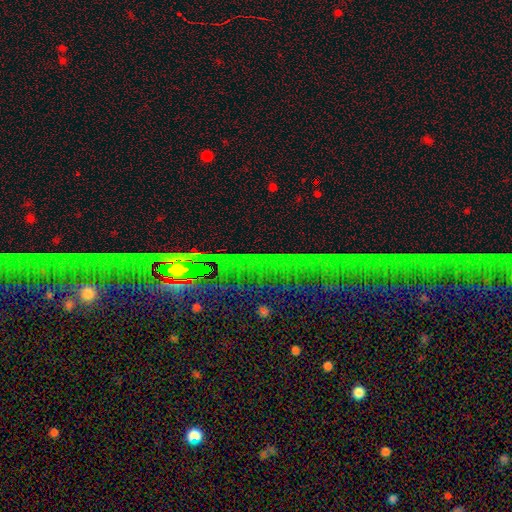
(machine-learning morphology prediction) star or artifact 77%, featured or disk 14%, smooth 9%.